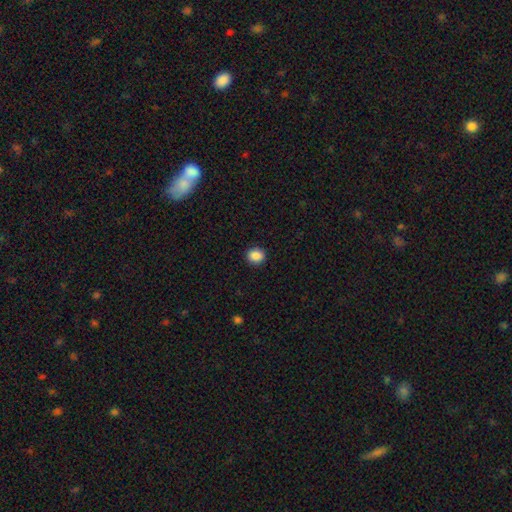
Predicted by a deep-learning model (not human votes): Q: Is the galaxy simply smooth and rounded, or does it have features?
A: smooth — 88%.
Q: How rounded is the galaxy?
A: round — 77%.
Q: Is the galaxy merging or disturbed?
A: none — 91%.